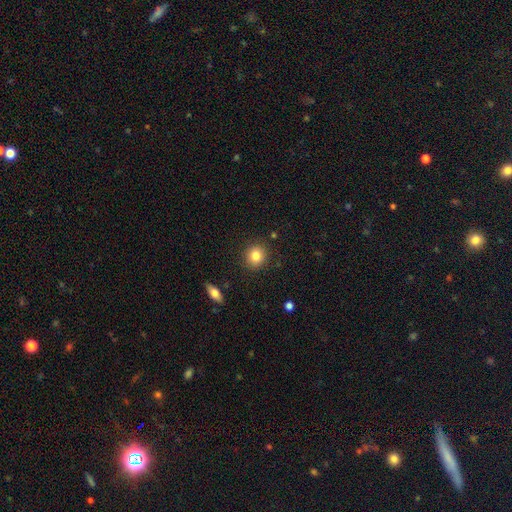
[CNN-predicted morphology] smooth-or-featured: smooth: 82% | star or artifact: 10% | featured or disk: 9%
  how-rounded: round: 86% | in between: 13% | cigar-shaped: 1%
  merging: none: 90% | minor disturbance: 7% | major disturbance: 2% | merger: 1%